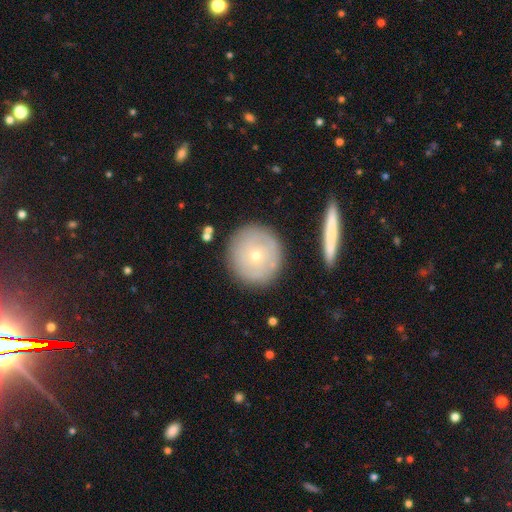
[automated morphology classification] This is possibly a smooth galaxy (52%). How rounded: clearly round (93%). Merging: clearly none (84%).